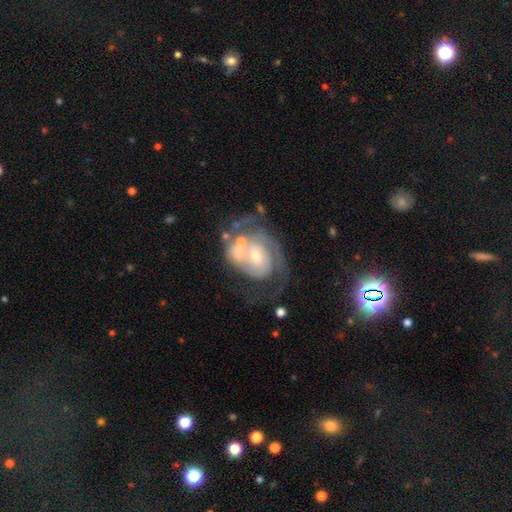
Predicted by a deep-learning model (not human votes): featured or disk 83%, smooth 12%, star or artifact 6%. Down the decision tree: edge-on disk — no (98%); bar — no (64%); spiral arms — yes (89%); spiral arm count — 2 (48%); spiral winding — tight (49%); bulge size — small (59%); merging — none (34%).